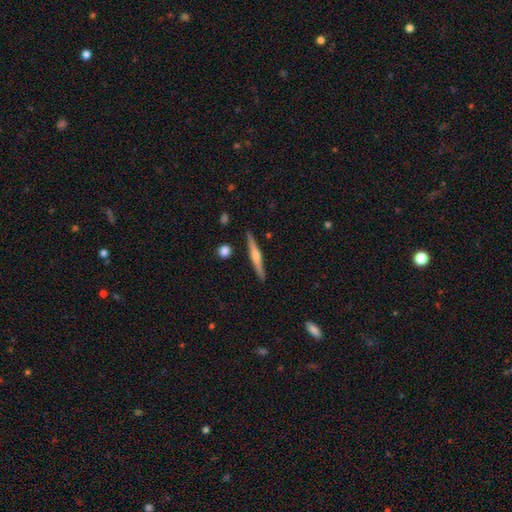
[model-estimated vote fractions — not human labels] Smooth or featured? Predicted: featured or disk (p=0.62). Edge-on disk? Predicted: yes (p=0.97). Edge-on bulge? Predicted: rounded (p=0.84). Merging? Predicted: none (p=0.89).